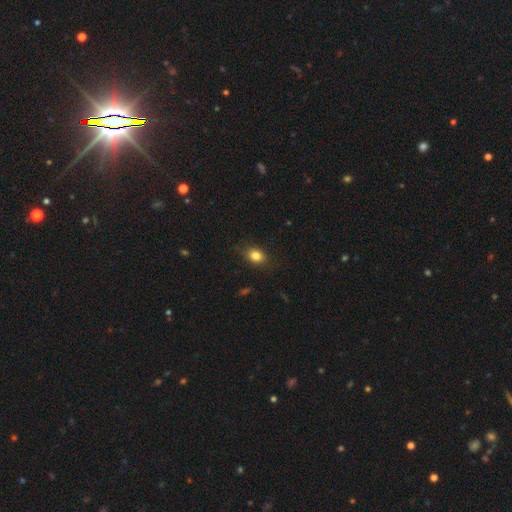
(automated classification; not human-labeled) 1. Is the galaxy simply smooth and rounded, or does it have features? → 83% smooth, 10% star or artifact, 7% featured or disk.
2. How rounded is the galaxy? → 63% in between, 35% round, 1% cigar-shaped.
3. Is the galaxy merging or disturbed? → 82% none, 14% minor disturbance, 3% major disturbance, 1% merger.